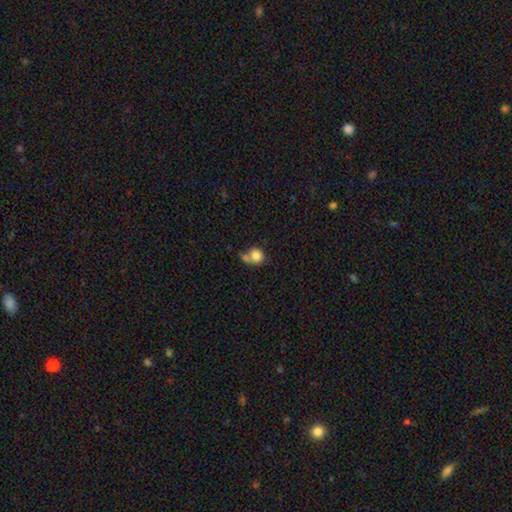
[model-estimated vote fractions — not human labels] Overall: smooth (80%). How rounded: round (74%). Merging: merger (45%; none 34%).